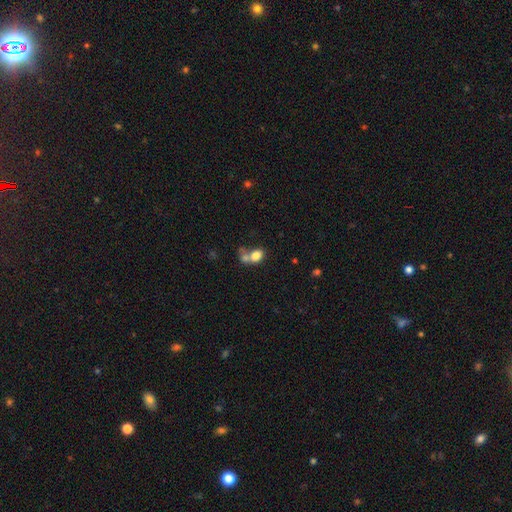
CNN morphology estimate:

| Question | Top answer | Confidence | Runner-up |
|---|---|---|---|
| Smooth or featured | smooth | 77% | featured or disk (13%) |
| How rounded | in between | 67% | round (31%) |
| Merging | merger | 54% | none (30%) |